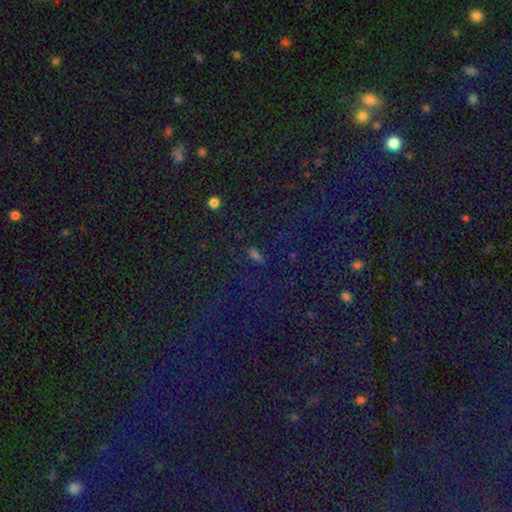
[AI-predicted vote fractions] Smooth or featured? smooth (47%)
Merging? none (82%)